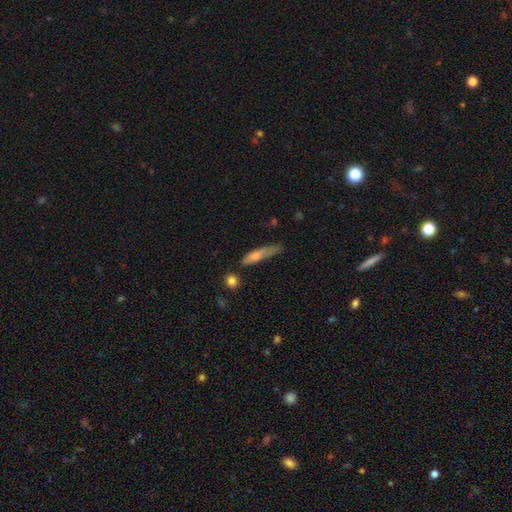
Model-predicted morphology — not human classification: This appears to be a smooth galaxy with no disk features (64%) that is cigar-shaped (84%). Merging: none (48%).